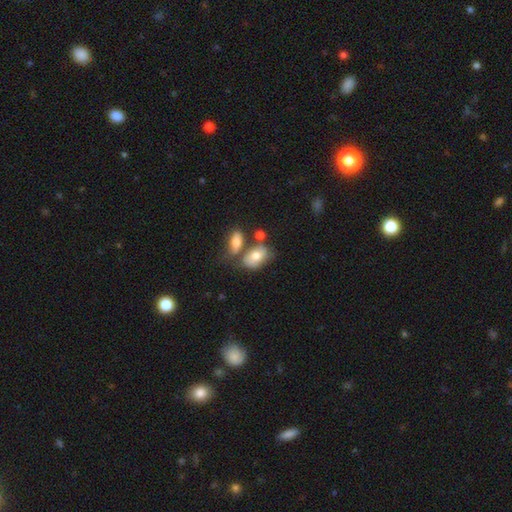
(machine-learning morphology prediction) The model was most divided on "merging": none: 44%, merger: 32%, minor disturbance: 17%, major disturbance: 7%. More confident: how rounded — in between (87%); smooth or featured — smooth (71%).